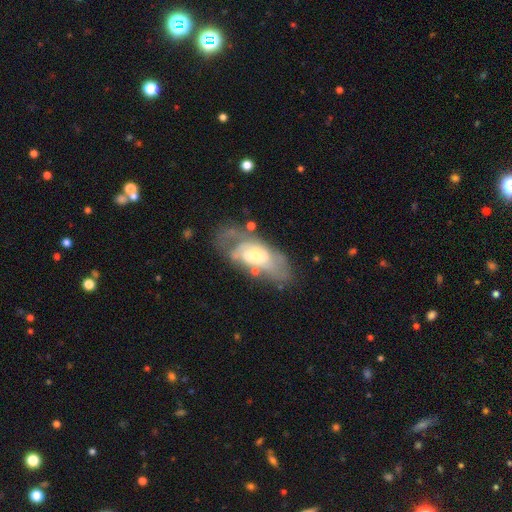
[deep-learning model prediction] This is likely a featured or disk galaxy (70%). It is clearly not viewed edge-on (91%). Bar: possibly no (51%). Spiral arm pattern: likely yes (76%). Central bulge: possibly moderate (52%). Merging: possibly none (47%).